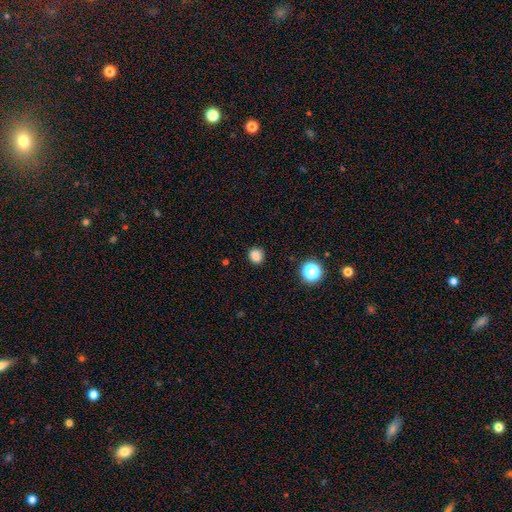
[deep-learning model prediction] A smooth galaxy with no disk features (83%) that is round (86%). Merging: none (87%).